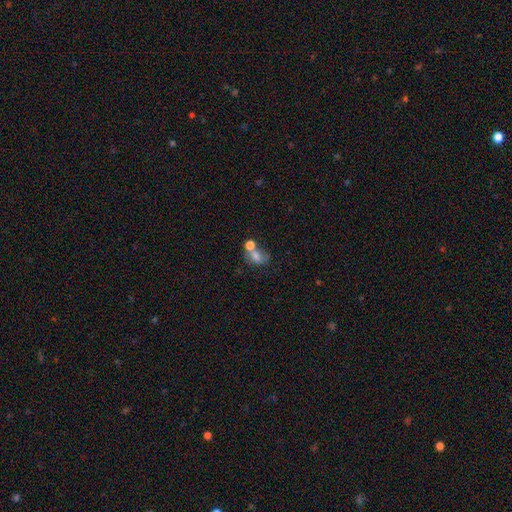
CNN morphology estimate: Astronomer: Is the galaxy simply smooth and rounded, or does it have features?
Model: smooth — 62%.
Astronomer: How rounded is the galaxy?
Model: in between — 63%.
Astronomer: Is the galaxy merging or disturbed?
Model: merger — 47% (runner-up: none, 26%).